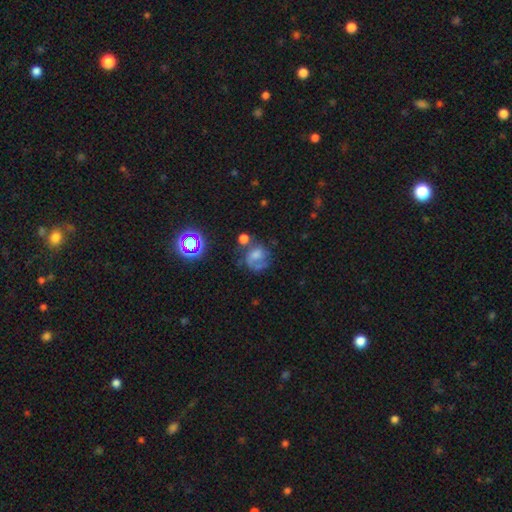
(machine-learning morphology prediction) Overall: featured or disk (45%; smooth 39%). Merging: none (38%; major disturbance 29%).